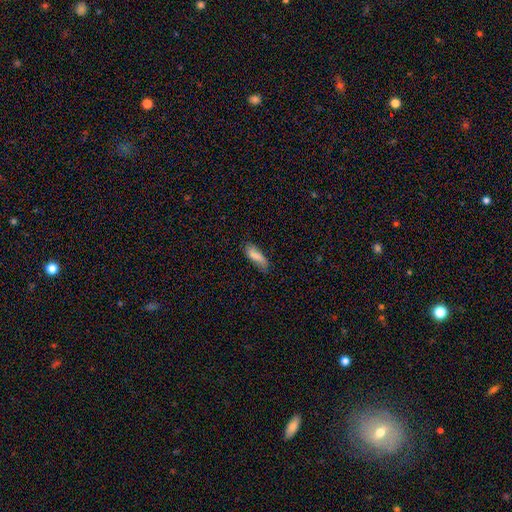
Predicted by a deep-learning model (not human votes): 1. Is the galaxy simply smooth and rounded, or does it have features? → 83% smooth, 10% featured or disk, 7% star or artifact.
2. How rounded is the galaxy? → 58% in between, 40% cigar-shaped, 2% round.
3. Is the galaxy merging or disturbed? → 66% none, 26% minor disturbance, 6% major disturbance, 2% merger.